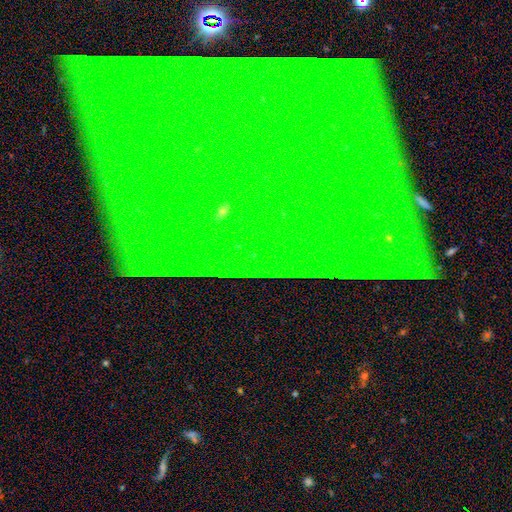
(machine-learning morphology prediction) A star or artifact, not a galaxy (83%).